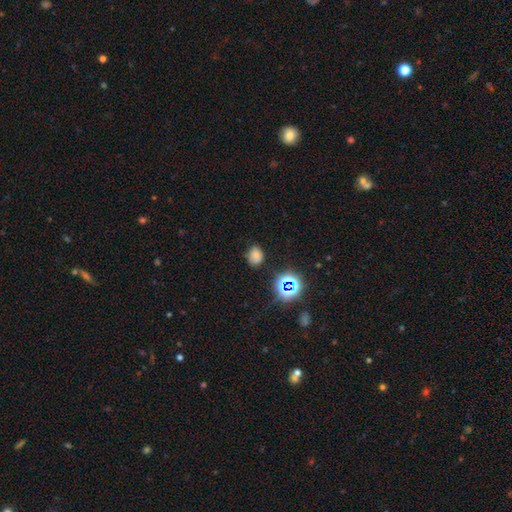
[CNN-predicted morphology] The model was most divided on "how rounded": in between: 50%, round: 49%, cigar-shaped: 1%. More confident: merging — none (76%); smooth or featured — smooth (71%).